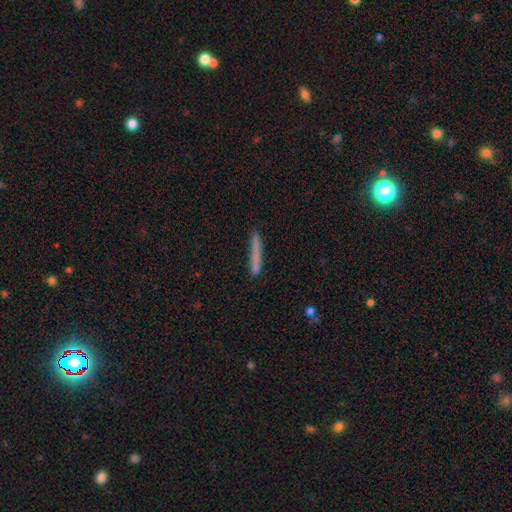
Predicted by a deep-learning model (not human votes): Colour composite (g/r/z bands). It shows a smooth galaxy with no disk features (71%) that is cigar-shaped (96%). Merging: none (79%).